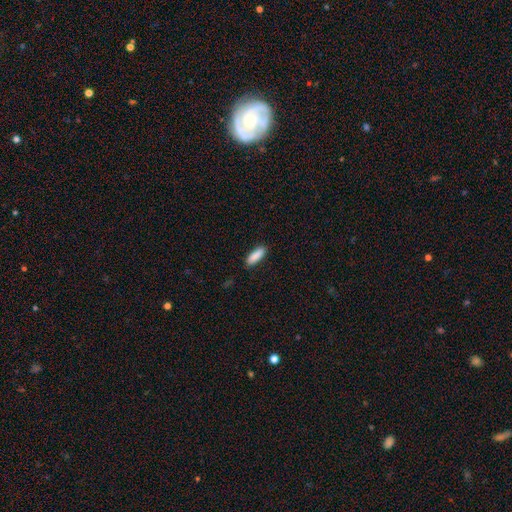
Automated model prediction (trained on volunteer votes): The model was most divided on "how rounded": in between: 55%, cigar-shaped: 44%, round: 2%. More confident: smooth or featured — smooth (89%); merging — none (88%).